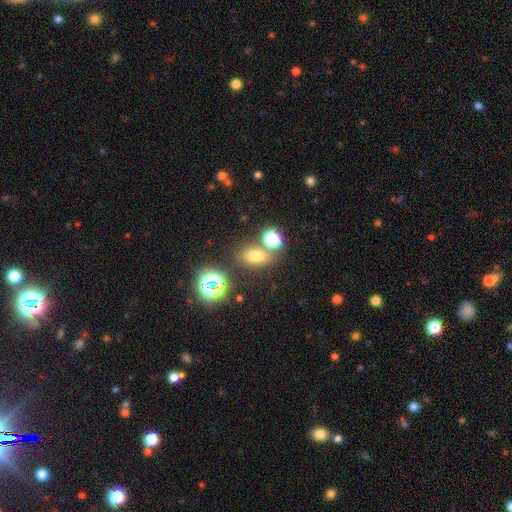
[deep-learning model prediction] Smooth or featured?
  - smooth: 64% *
  - star or artifact: 25%
  - featured or disk: 10%
How rounded?
  - in between: 68% *
  - round: 28%
  - cigar-shaped: 4%
Merging?
  - none: 70% *
  - merger: 15%
  - minor disturbance: 11%
  - major disturbance: 4%